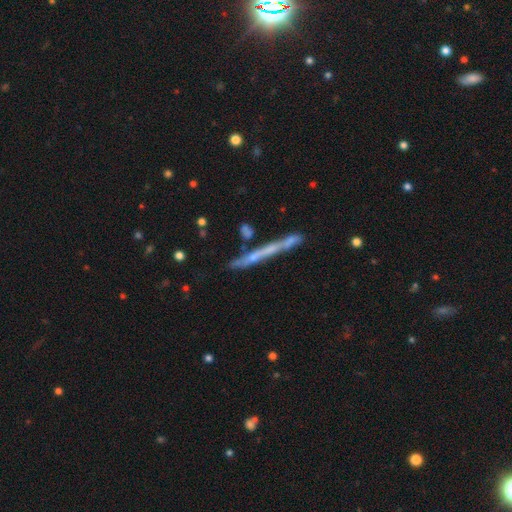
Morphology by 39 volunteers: Smooth or featured: featured or disk — 82% (smooth — 13%)
Edge-on disk: yes — 91% (no — 9%)
Edge-on bulge: none — 97% (boxy — 3%)
Merging: none — 84% (minor disturbance — 8%)